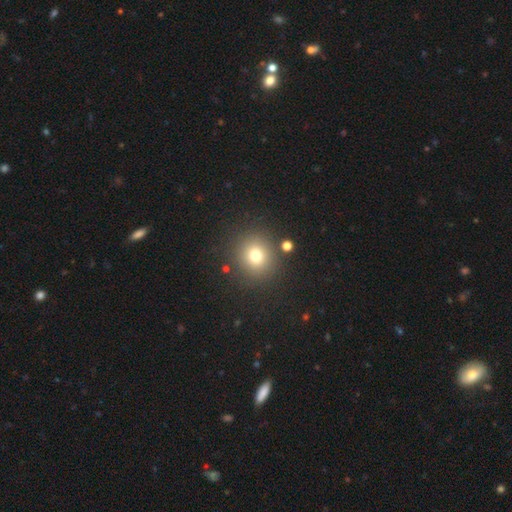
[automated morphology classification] Overall: smooth (75%). How rounded: round (89%). Merging: none (85%).